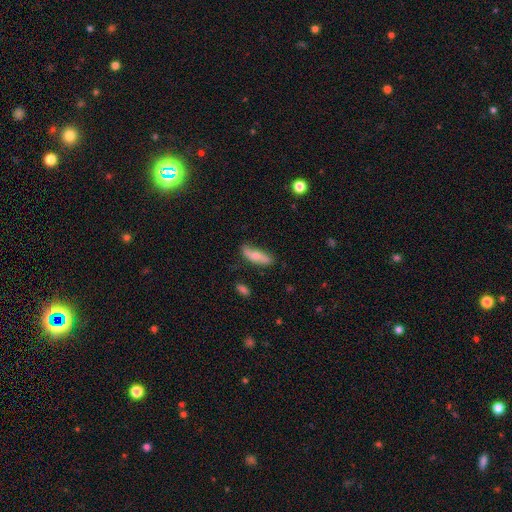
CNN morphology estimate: Smooth or featured?
  - smooth: 52% *
  - featured or disk: 41%
  - star or artifact: 7%
How rounded?
  - cigar-shaped: 49% *
  - in between: 48%
  - round: 3%
Merging?
  - none: 69% *
  - minor disturbance: 23%
  - major disturbance: 5%
  - merger: 2%